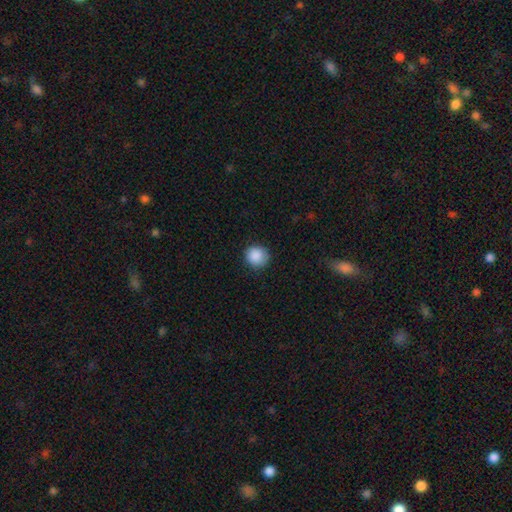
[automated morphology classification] smooth 88%, star or artifact 8%, featured or disk 3%. Down the decision tree: how rounded — round (91%); merging — none (85%).